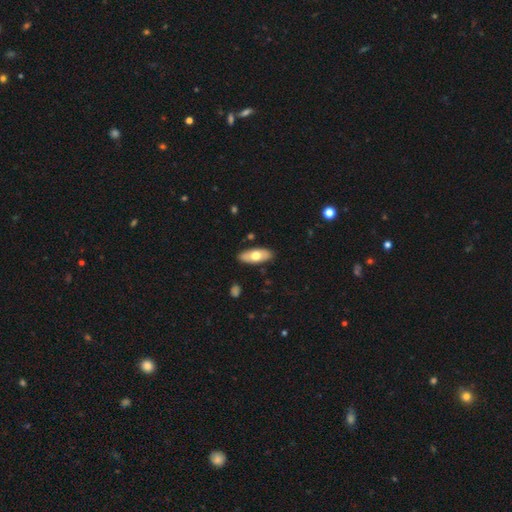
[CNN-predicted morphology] smooth_or_featured: smooth (p=0.64) [alt: featured or disk p=0.31]
how_rounded: in between (p=0.81) [alt: cigar-shaped p=0.16]
merging: none (p=0.87) [alt: minor disturbance p=0.09]